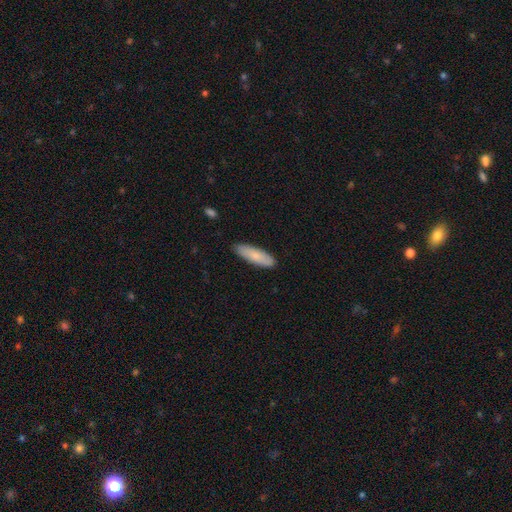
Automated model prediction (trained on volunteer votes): Smooth or featured? Predicted: smooth (p=0.81). How rounded? Predicted: cigar-shaped (p=0.55). Merging? Predicted: none (p=0.87).